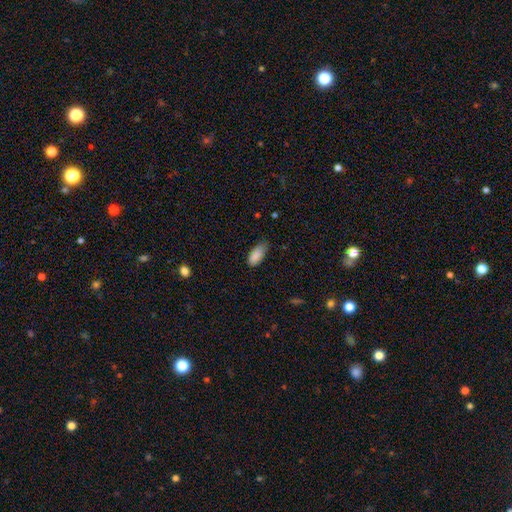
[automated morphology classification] smooth-or-featured: smooth: 88% | star or artifact: 7% | featured or disk: 5%
  how-rounded: in between: 89% | cigar-shaped: 8% | round: 2%
  merging: none: 59% | minor disturbance: 34% | major disturbance: 5% | merger: 1%